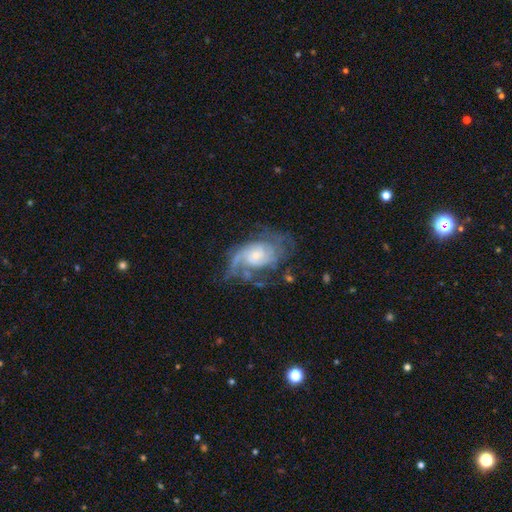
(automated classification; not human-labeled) This is clearly a featured or disk galaxy (82%). It is clearly not viewed edge-on (97%). Bar: likely no (66%). Spiral arm pattern: clearly yes (91%). Spiral arm count: marginally 2 (35%). Spiral winding: marginally medium (40%). Central bulge: possibly small (51%). Merging: possibly none (49%).